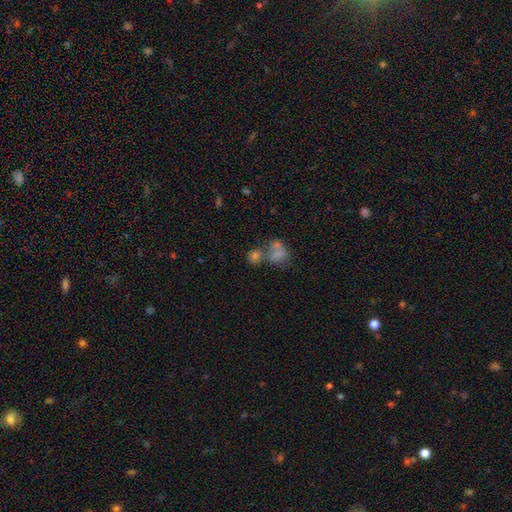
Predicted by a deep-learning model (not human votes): Smooth or featured? smooth (59%)
How rounded? round (57%)
Merging? merger (45%)